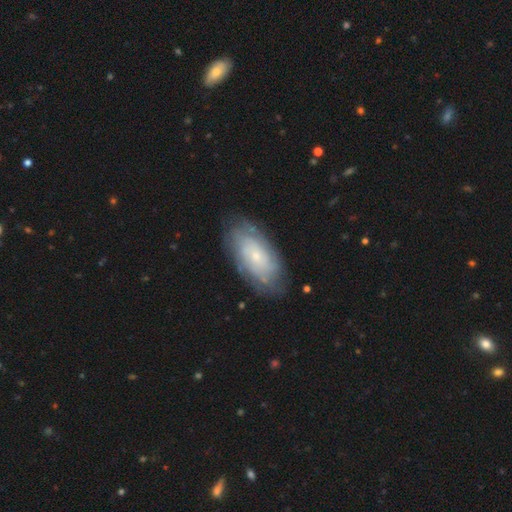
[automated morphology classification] The model was most divided on "smooth or featured": featured or disk: 62%, smooth: 31%, star or artifact: 7%. More confident: edge-on disk — no (92%); spiral arms — yes (83%); bar — no (80%); merging — none (78%); bulge size — small (75%).